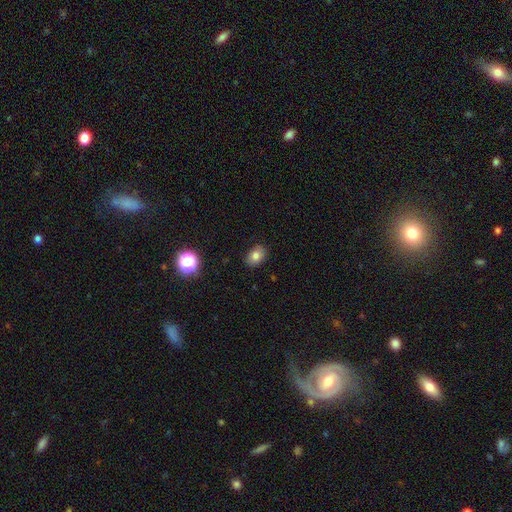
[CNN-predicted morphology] The model was most divided on "how rounded": in between: 73%, round: 26%, cigar-shaped: 1%. More confident: merging — none (87%); smooth or featured — smooth (79%).